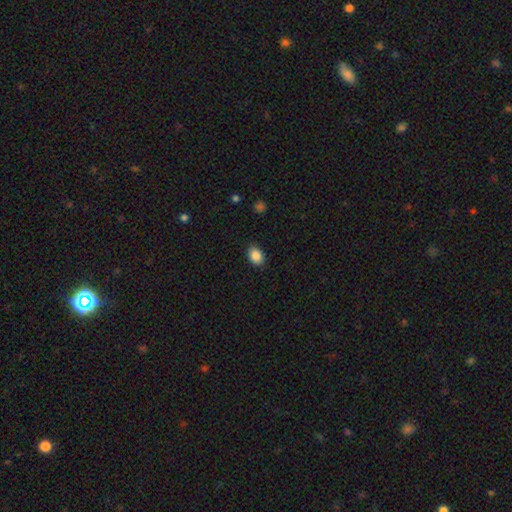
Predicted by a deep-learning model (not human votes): The model was most divided on "how rounded": in between: 78%, round: 21%, cigar-shaped: 1%. More confident: smooth or featured — smooth (88%); merging — none (87%).